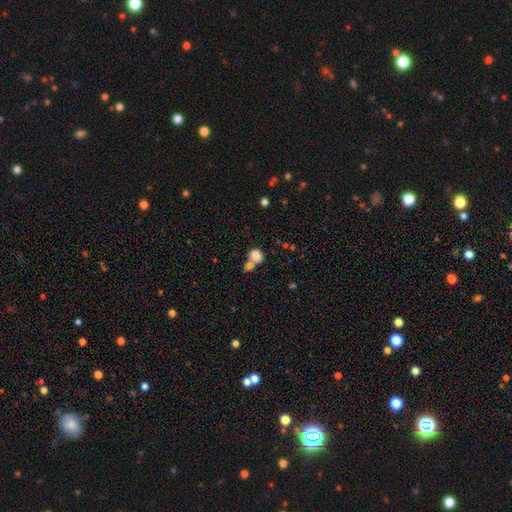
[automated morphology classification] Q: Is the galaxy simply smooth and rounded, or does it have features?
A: smooth — 82%.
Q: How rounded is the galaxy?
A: round — 62%.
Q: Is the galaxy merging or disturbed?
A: merger — 55%.